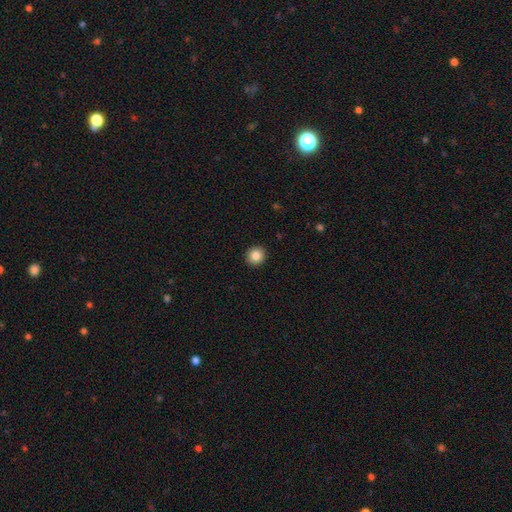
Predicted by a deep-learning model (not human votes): smooth 86%, star or artifact 9%, featured or disk 5%. Down the decision tree: how rounded — round (89%); merging — none (93%).